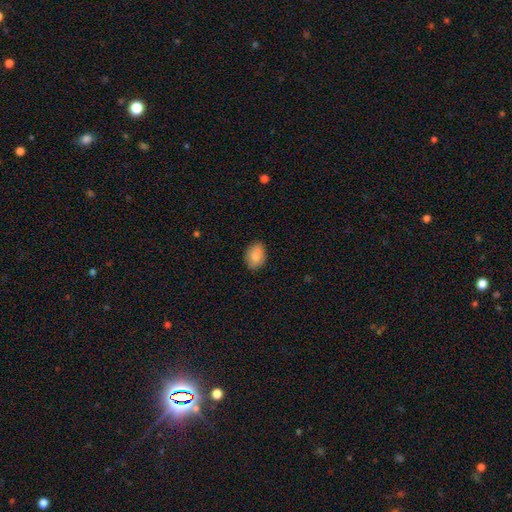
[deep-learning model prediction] A smooth galaxy with no disk features (83%) that is in between round and cigar-shaped (68%). Merging: none (83%).